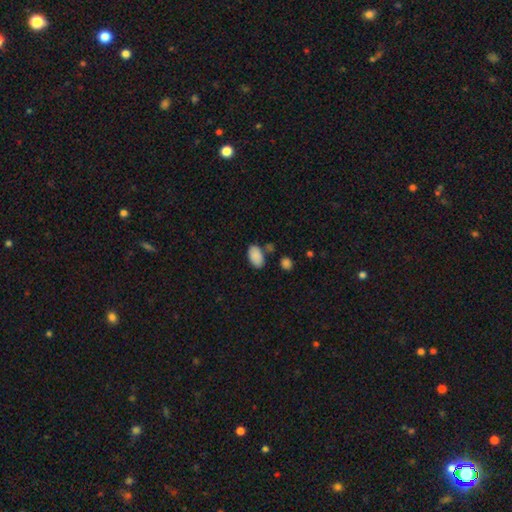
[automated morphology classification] A smooth galaxy with no disk features (88%) that is in between round and cigar-shaped (94%).

Vote fractions:
- Smooth or featured? smooth: 88% / star or artifact: 8% / featured or disk: 5%
- How rounded? in between: 94% / round: 5% / cigar-shaped: 1%
- Merging? none: 71% / minor disturbance: 15% / merger: 10% / major disturbance: 4%